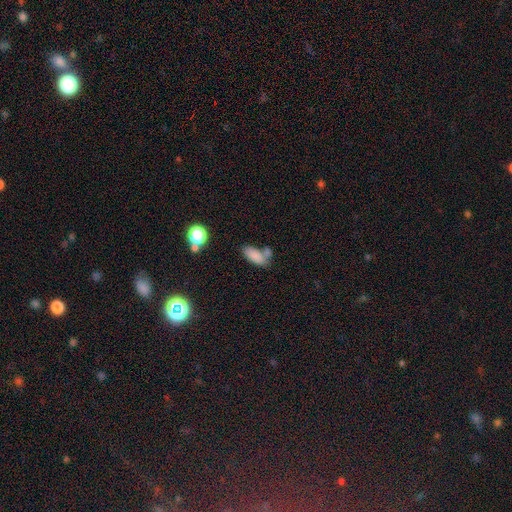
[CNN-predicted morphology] Q: Smooth or featured?
A: smooth (80%); runner-up: star or artifact (11%)
Q: How rounded?
A: in between (85%); runner-up: cigar-shaped (11%)
Q: Merging?
A: none (45%); runner-up: merger (32%)